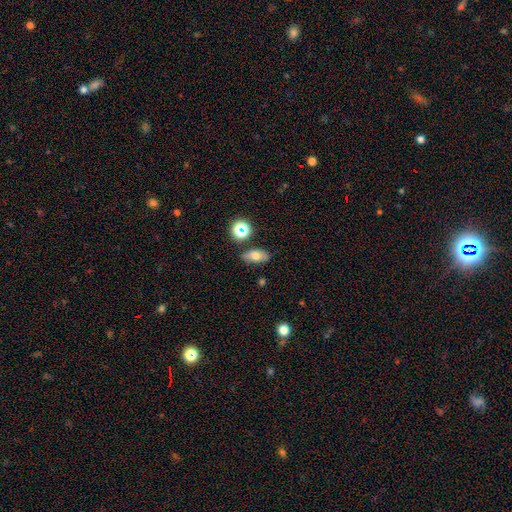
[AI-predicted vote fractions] The model was most divided on "smooth or featured": smooth: 67%, featured or disk: 20%, star or artifact: 13%. More confident: how rounded — in between (83%); merging — none (78%).